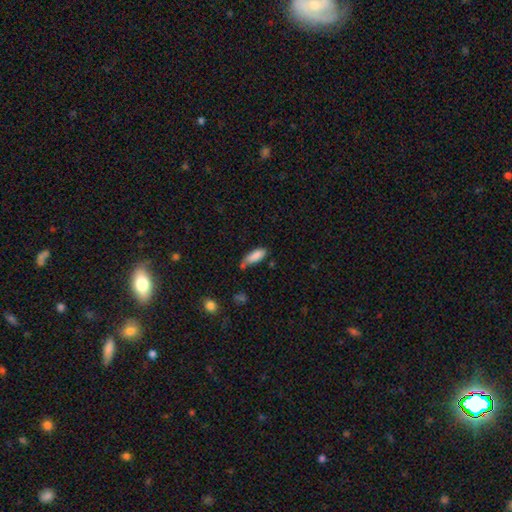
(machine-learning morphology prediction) This is clearly a smooth galaxy (85%). How rounded: likely in between (72%). Merging: marginally none (44%).